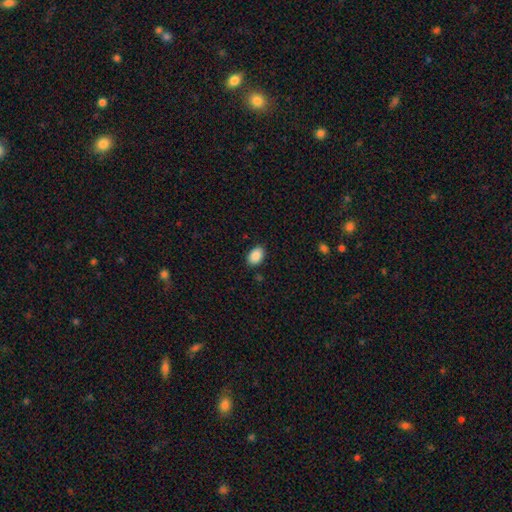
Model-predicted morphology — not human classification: Smooth or featured: smooth — 89% (star or artifact — 7%)
How rounded: in between — 84% (round — 15%)
Merging: none — 87% (minor disturbance — 10%)